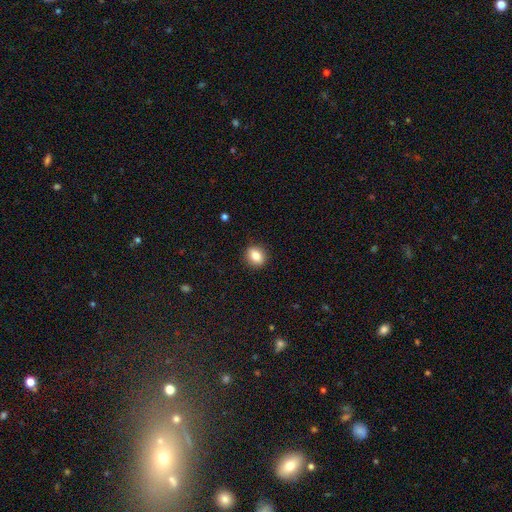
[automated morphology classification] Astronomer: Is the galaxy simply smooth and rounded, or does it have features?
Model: smooth — 82%.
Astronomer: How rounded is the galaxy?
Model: round — 53% (runner-up: in between, 45%).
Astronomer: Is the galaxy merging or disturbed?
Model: none — 89%.